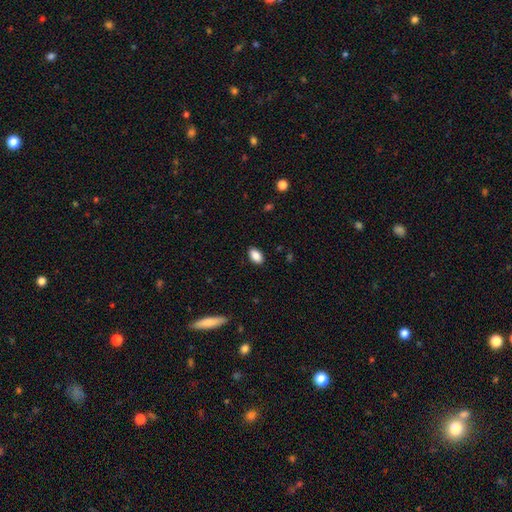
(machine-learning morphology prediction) smooth_or_featured: smooth (p=0.88) [alt: star or artifact p=0.08]
how_rounded: in between (p=0.91) [alt: round p=0.07]
merging: none (p=0.88) [alt: minor disturbance p=0.09]